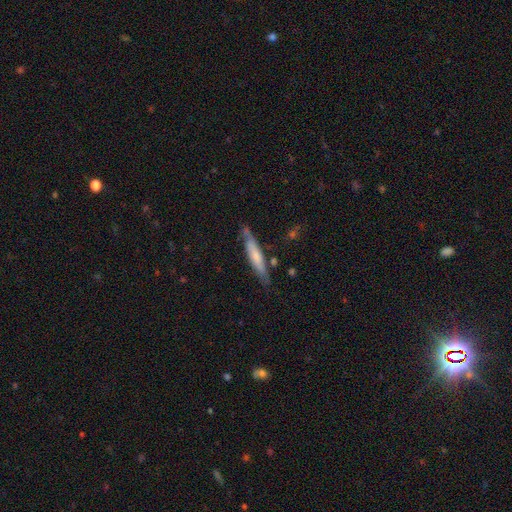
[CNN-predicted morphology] smooth 57%, featured or disk 38%, star or artifact 6%. Down the decision tree: how rounded — cigar-shaped (89%); merging — none (74%).